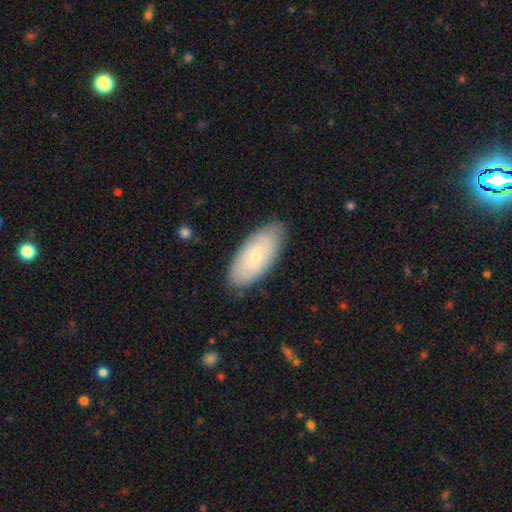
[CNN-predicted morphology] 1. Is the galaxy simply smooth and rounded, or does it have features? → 60% smooth, 34% featured or disk, 6% star or artifact.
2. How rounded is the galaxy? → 90% in between, 7% cigar-shaped, 2% round.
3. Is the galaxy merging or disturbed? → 84% none, 13% minor disturbance, 2% major disturbance, 1% merger.